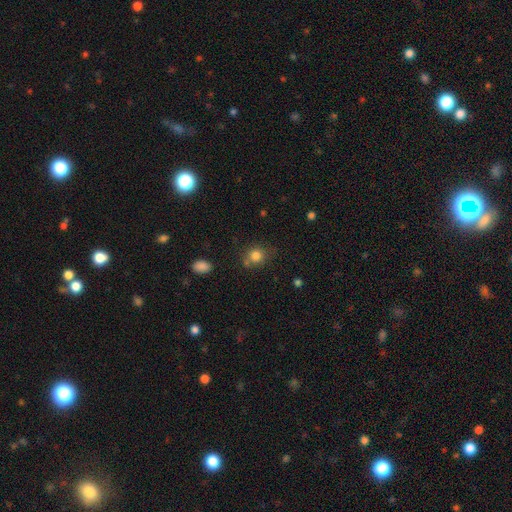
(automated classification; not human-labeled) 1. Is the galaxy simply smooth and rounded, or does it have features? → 81% smooth, 12% star or artifact, 7% featured or disk.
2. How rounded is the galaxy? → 78% round, 21% in between, 1% cigar-shaped.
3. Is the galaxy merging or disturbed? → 67% none, 17% minor disturbance, 11% merger, 5% major disturbance.